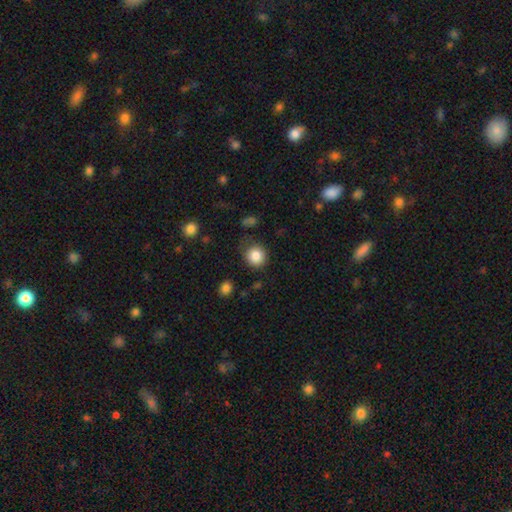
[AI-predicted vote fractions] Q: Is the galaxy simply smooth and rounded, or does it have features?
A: smooth — 85%.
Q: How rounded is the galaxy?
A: round — 88%.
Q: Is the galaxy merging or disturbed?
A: none — 78%.